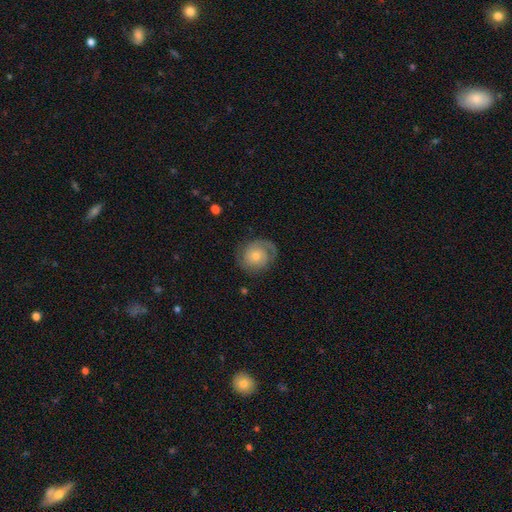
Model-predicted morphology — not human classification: A featured or disk galaxy (73%) with no bar (77%), 2 (58%) tight (61%) spiral arms (92%) and a moderate central bulge (50%). Merging: none (75%).